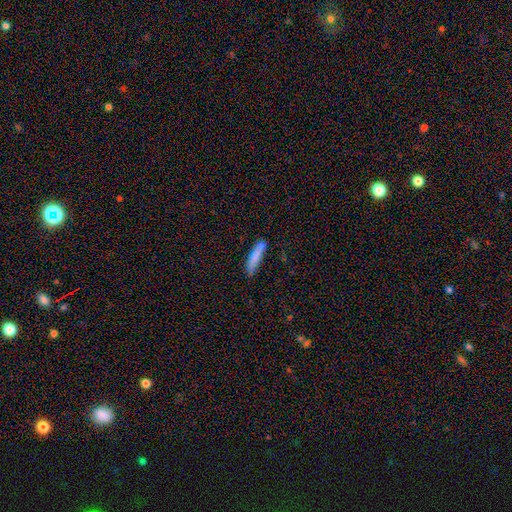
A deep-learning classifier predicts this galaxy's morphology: Smooth or featured: smooth — 82% (featured or disk — 12%)
How rounded: cigar-shaped — 86% (in between — 13%)
Merging: none — 75% (minor disturbance — 17%)